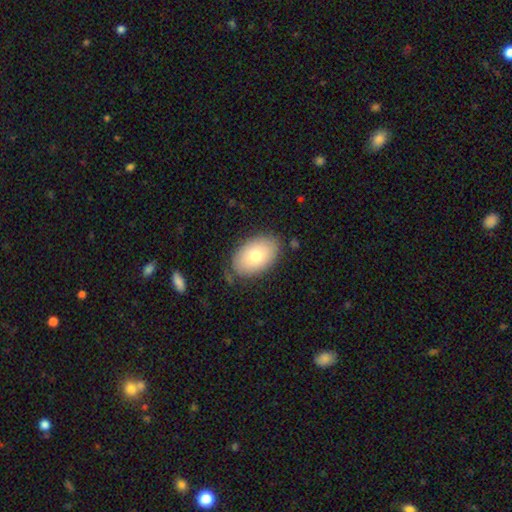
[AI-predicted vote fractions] smooth-or-featured: smooth: 77% | featured or disk: 16% | star or artifact: 7%
  how-rounded: in between: 90% | round: 9% | cigar-shaped: 1%
  merging: none: 80% | minor disturbance: 14% | major disturbance: 4% | merger: 2%